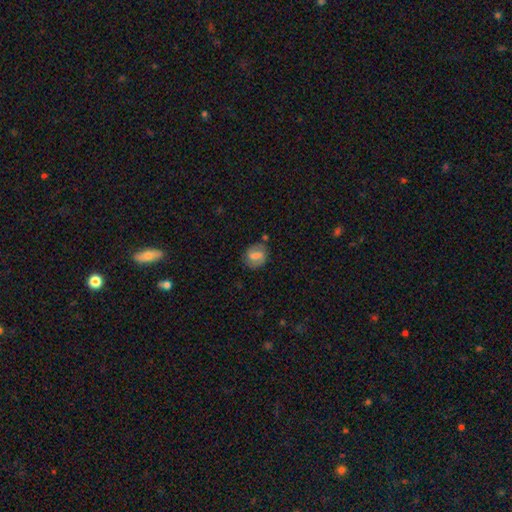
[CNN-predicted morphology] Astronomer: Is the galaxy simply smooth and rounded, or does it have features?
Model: smooth — 48% (runner-up: featured or disk, 43%).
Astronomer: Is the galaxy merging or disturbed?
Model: none — 70%.